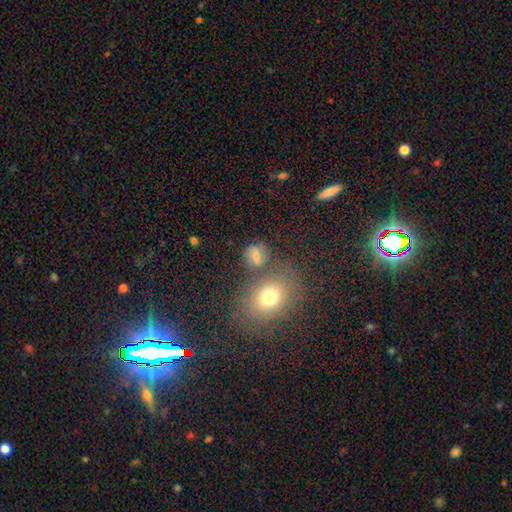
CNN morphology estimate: A smooth galaxy with no disk features (57%) that is round (64%).

Vote fractions:
- Smooth or featured? smooth: 57% / featured or disk: 25% / star or artifact: 17%
- How rounded? round: 64% / in between: 34% / cigar-shaped: 2%
- Merging? none: 67% / minor disturbance: 15% / merger: 11% / major disturbance: 7%